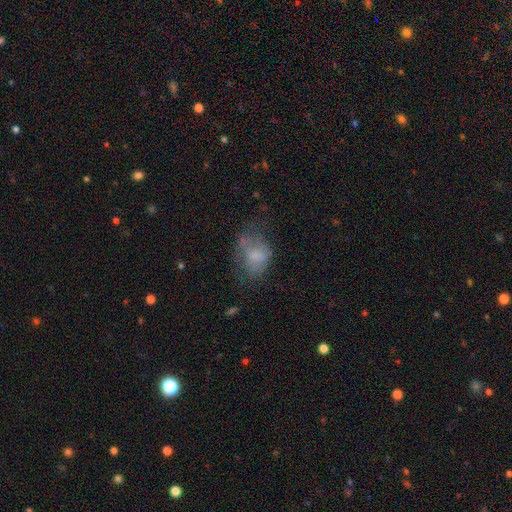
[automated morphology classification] Overall: smooth (60%; featured or disk 28%). How rounded: in between (74%). Merging: none (35%; major disturbance 31%).